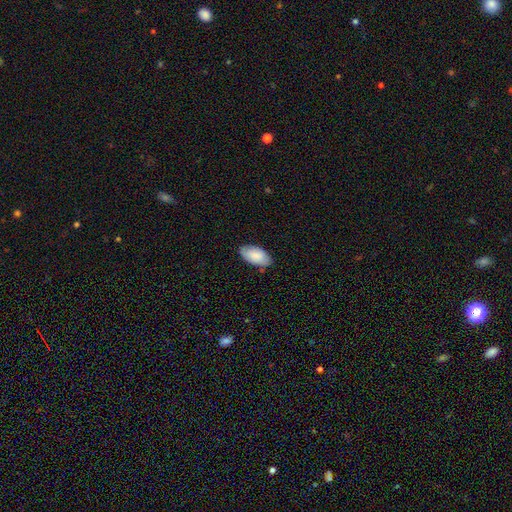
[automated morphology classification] smooth_or_featured: smooth (p=0.86) [alt: featured or disk p=0.09]
how_rounded: in between (p=0.96) [alt: round p=0.02]
merging: none (p=0.79) [alt: minor disturbance p=0.17]